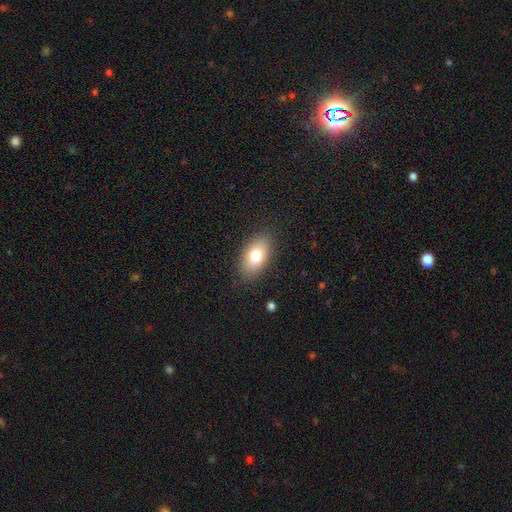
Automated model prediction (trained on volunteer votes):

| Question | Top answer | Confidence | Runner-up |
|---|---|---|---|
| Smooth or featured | smooth | 76% | featured or disk (16%) |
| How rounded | in between | 91% | round (7%) |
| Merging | none | 85% | minor disturbance (10%) |